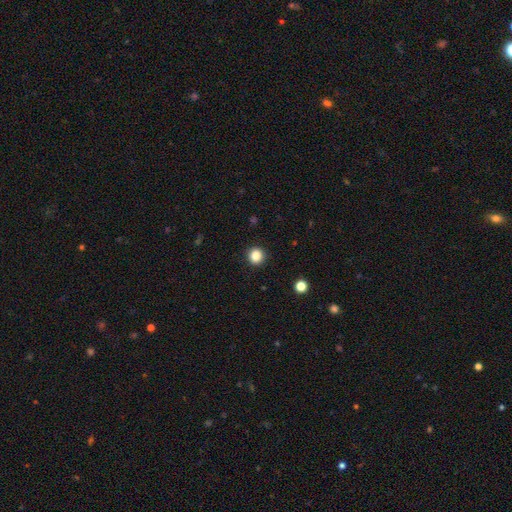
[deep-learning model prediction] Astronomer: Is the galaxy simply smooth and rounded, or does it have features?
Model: smooth — 85%.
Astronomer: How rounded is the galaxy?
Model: round — 92%.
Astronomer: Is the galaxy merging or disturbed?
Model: none — 92%.